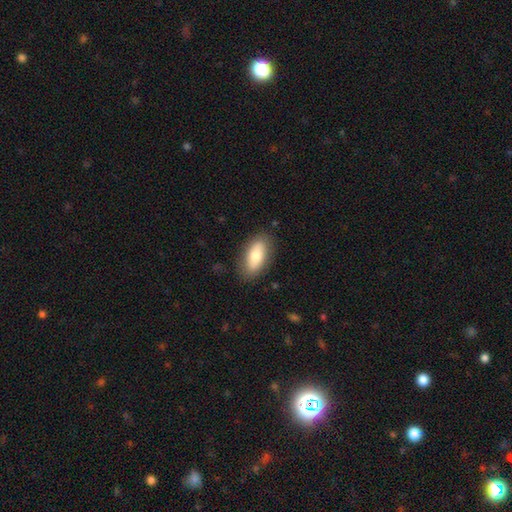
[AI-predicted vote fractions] Smooth or featured? Predicted: smooth (p=0.75). How rounded? Predicted: in between (p=0.88). Merging? Predicted: none (p=0.84).